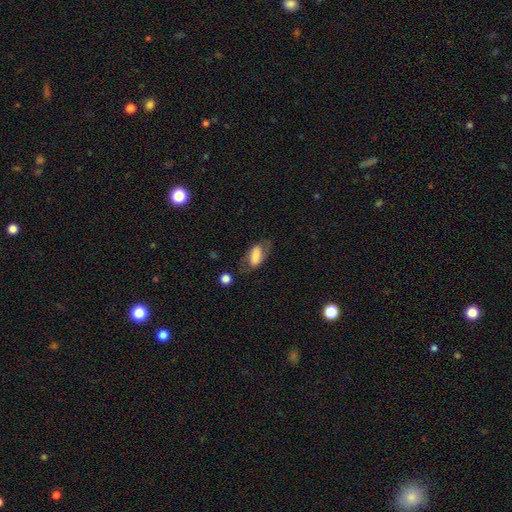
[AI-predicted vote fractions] Morphology: type=smooth (68%); roundness=in between (88%); merging=none (53%).